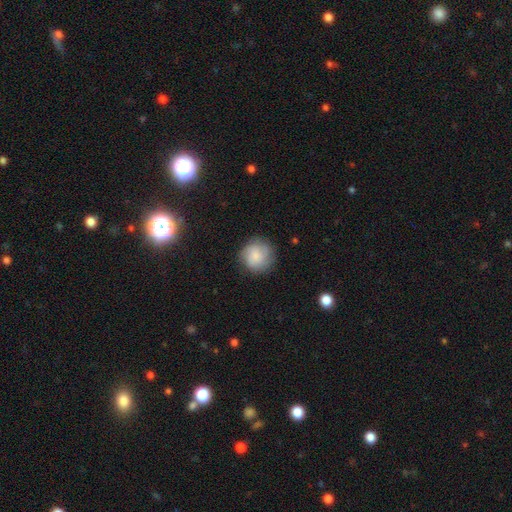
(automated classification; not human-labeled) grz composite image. It shows a smooth galaxy with no disk features (76%) that is round (91%). Merging: none (81%).